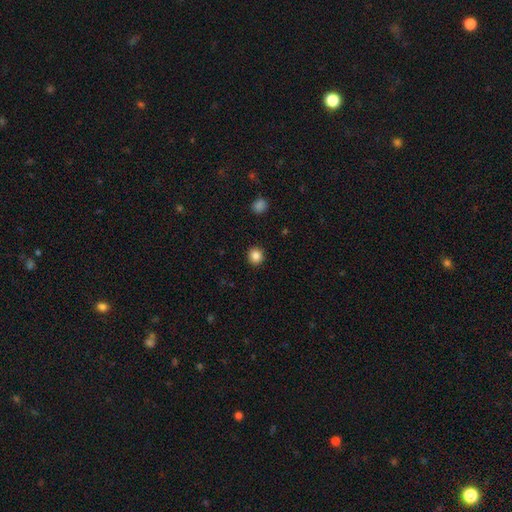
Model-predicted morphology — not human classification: Smooth or featured? smooth (85%)
How rounded? round (92%)
Merging? none (92%)